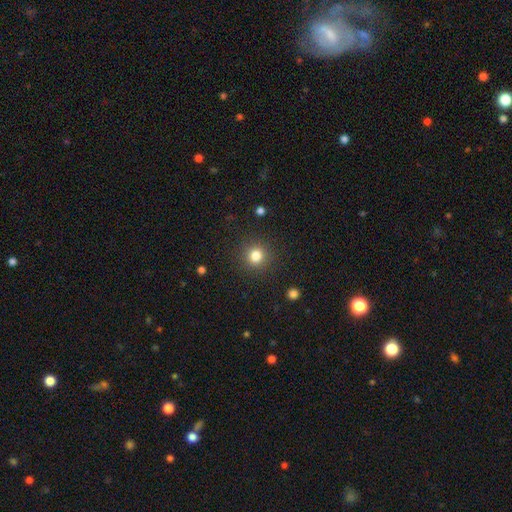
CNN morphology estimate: smooth_or_featured: smooth (p=0.81) [alt: star or artifact p=0.13]
how_rounded: round (p=0.92) [alt: in between p=0.07]
merging: none (p=0.90) [alt: minor disturbance p=0.06]